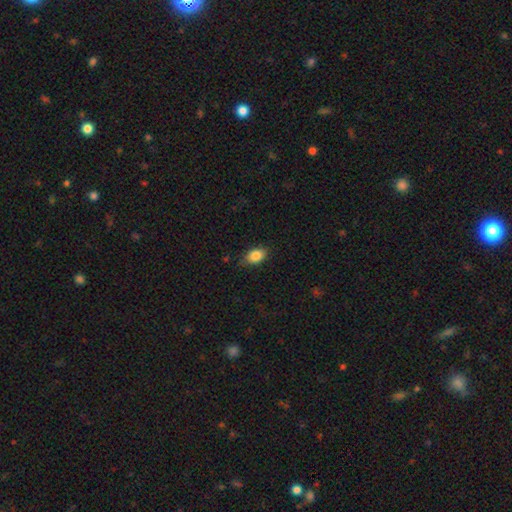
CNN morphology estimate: smooth-or-featured: smooth: 85% | star or artifact: 8% | featured or disk: 7%
  how-rounded: in between: 85% | round: 13% | cigar-shaped: 2%
  merging: none: 77% | minor disturbance: 18% | major disturbance: 3% | merger: 1%